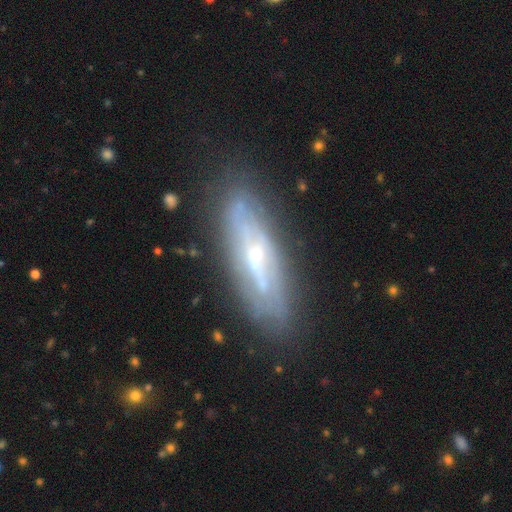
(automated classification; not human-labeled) Smooth or featured: featured or disk — 70% (smooth — 22%)
Edge-on disk: no — 51% (yes — 49%)
Merging: none — 77% (minor disturbance — 16%)